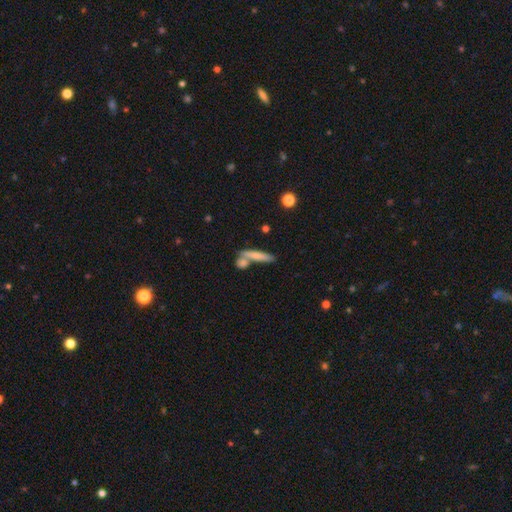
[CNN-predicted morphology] Q: Smooth or featured?
A: smooth (70%); runner-up: featured or disk (22%)
Q: How rounded?
A: cigar-shaped (81%); runner-up: in between (15%)
Q: Merging?
A: none (57%); runner-up: merger (27%)